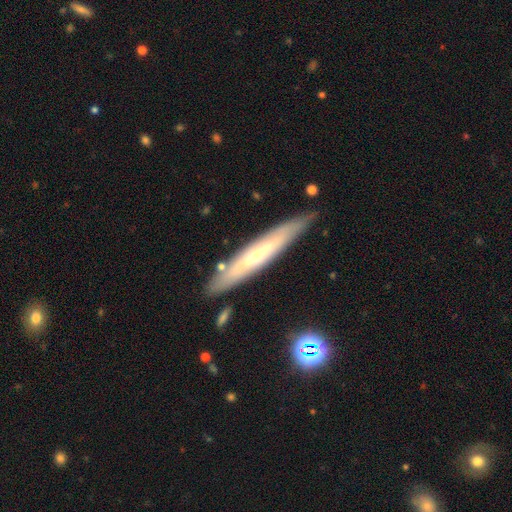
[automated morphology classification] Smooth or featured?
  - featured or disk: 57% *
  - smooth: 37%
  - star or artifact: 6%
Edge-on disk?
  - yes: 81% *
  - no: 19%
Merging?
  - none: 84% *
  - minor disturbance: 12%
  - merger: 2%
  - major disturbance: 2%